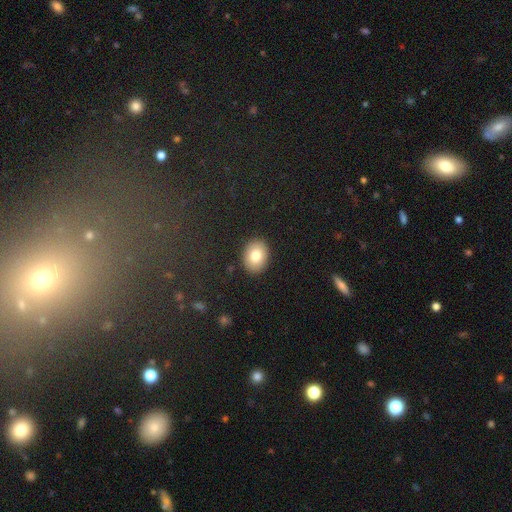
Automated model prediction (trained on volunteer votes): Smooth or featured?
  - smooth: 79% *
  - featured or disk: 12%
  - star or artifact: 9%
How rounded?
  - in between: 59% *
  - round: 40%
  - cigar-shaped: 1%
Merging?
  - none: 90% *
  - minor disturbance: 7%
  - major disturbance: 2%
  - merger: 1%